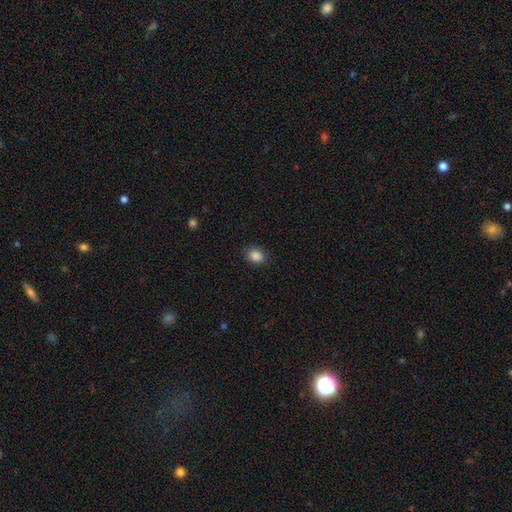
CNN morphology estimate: Smooth or featured? smooth (87%)
How rounded? in between (55%)
Merging? none (88%)